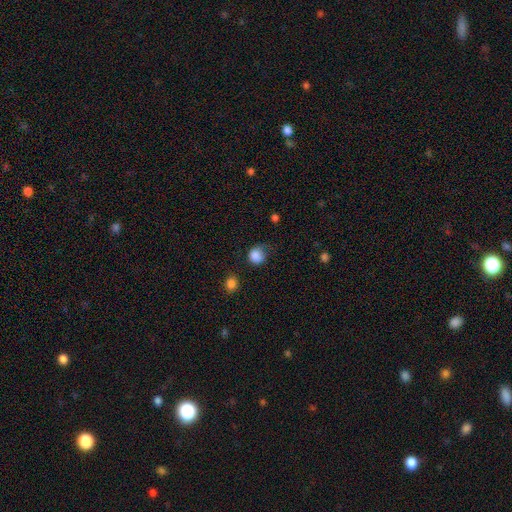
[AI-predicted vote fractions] Smooth or featured?
  - smooth: 85% *
  - star or artifact: 9%
  - featured or disk: 5%
How rounded?
  - round: 79% *
  - in between: 20%
  - cigar-shaped: 1%
Merging?
  - none: 53% *
  - minor disturbance: 31%
  - major disturbance: 14%
  - merger: 3%